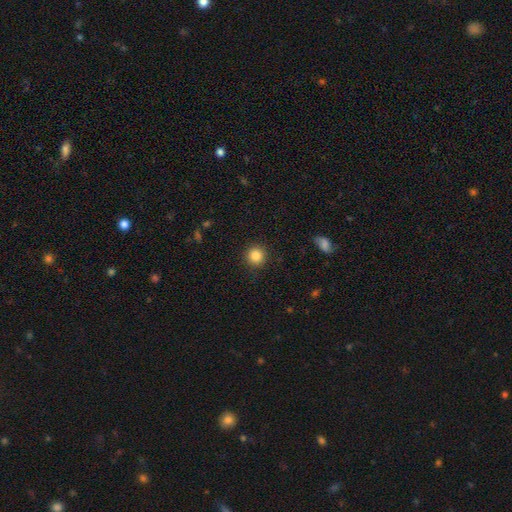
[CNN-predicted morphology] Smooth or featured? Predicted: smooth (p=0.86). How rounded? Predicted: round (p=0.93). Merging? Predicted: none (p=0.91).